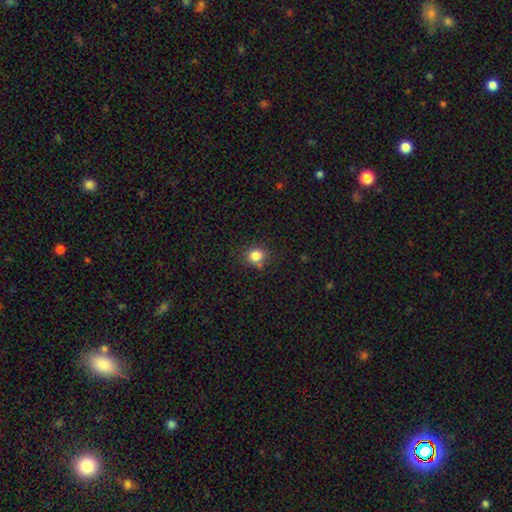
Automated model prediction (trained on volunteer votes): Smooth or featured? Predicted: smooth (p=0.82). How rounded? Predicted: round (p=0.80). Merging? Predicted: none (p=0.76).